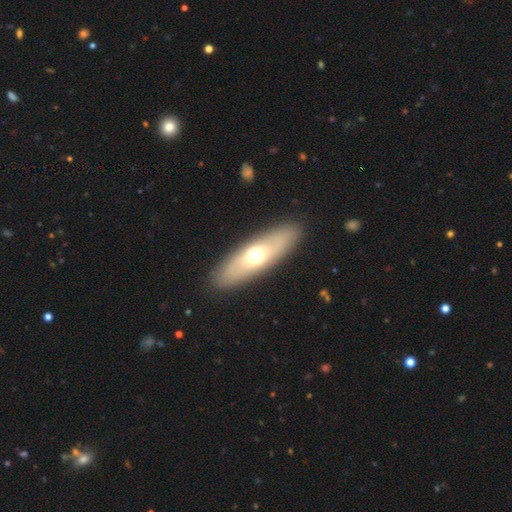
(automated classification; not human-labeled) A smooth galaxy with no disk features (54%) that is in between round and cigar-shaped (56%). Merging: none (89%).